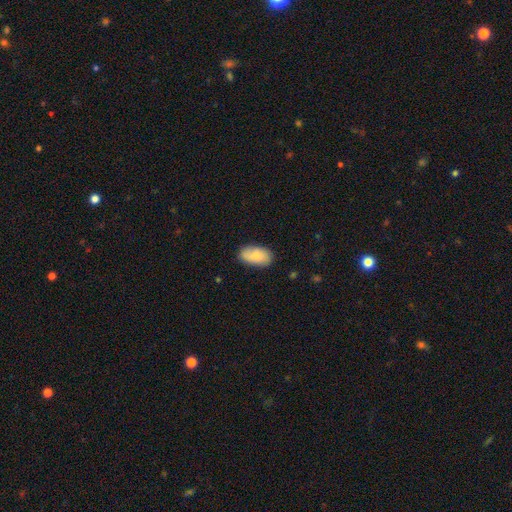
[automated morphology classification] smooth 79%, featured or disk 15%, star or artifact 6%. Down the decision tree: how rounded — in between (94%); merging — none (81%).